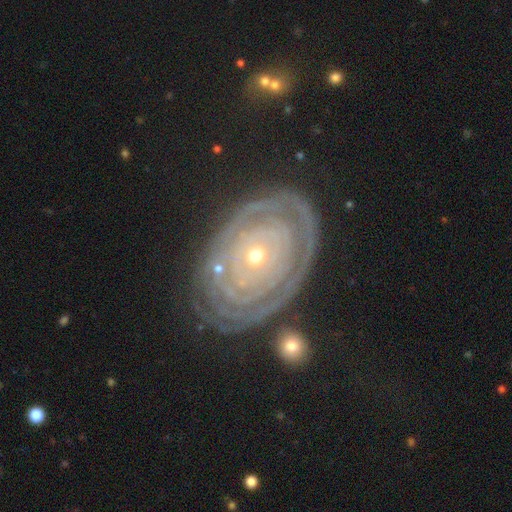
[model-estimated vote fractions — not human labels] featured or disk 84%, smooth 9%, star or artifact 6%. Down the decision tree: edge-on disk — no (95%); bar — no (85%); spiral arms — yes (83%); spiral arm count — can't tell (44%); spiral winding — tight (88%); bulge size — small (71%); merging — none (75%).